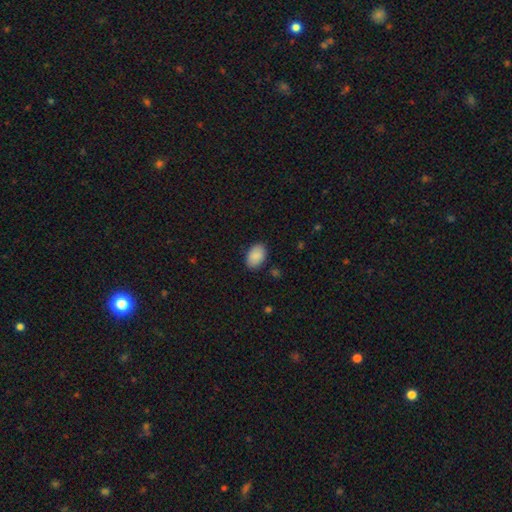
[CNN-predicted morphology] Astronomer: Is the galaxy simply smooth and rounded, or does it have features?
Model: smooth — 89%.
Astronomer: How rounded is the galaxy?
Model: in between — 89%.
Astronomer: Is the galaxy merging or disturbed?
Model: none — 86%.